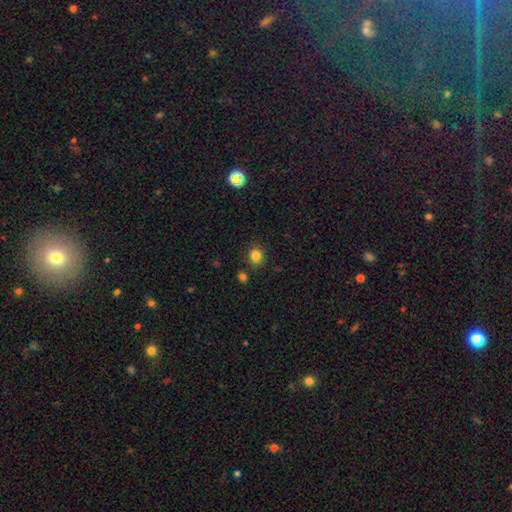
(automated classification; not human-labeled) A smooth galaxy with no disk features (83%) that is round (78%).

Vote fractions:
- Smooth or featured? smooth: 83% / star or artifact: 12% / featured or disk: 5%
- How rounded? round: 78% / in between: 21% / cigar-shaped: 1%
- Merging? none: 84% / minor disturbance: 9% / merger: 4% / major disturbance: 3%